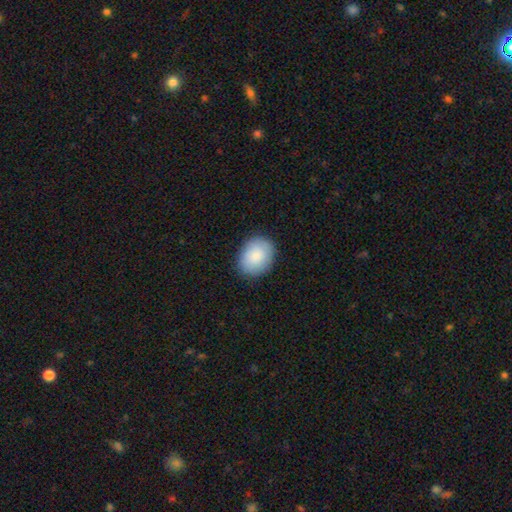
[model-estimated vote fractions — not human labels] This is clearly a smooth galaxy (86%). How rounded: likely in between (63%). Merging: clearly none (86%).